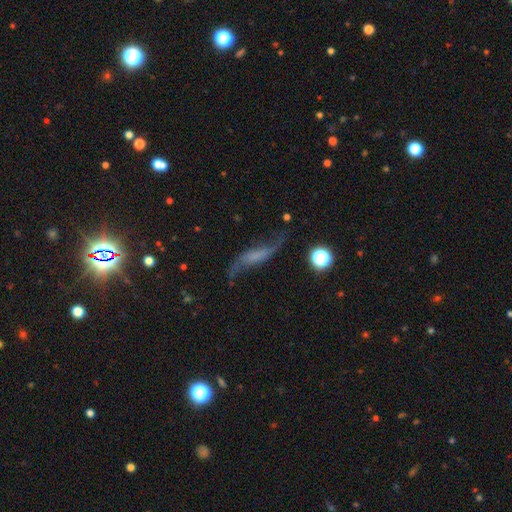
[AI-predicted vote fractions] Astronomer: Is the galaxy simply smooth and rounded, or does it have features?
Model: featured or disk — 74%.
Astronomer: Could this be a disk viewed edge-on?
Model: no — 84%.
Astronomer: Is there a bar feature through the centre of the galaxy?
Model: no — 47% (runner-up: weak, 34%).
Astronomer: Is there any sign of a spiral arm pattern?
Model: yes — 92%.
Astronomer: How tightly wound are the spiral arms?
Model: loose — 91%.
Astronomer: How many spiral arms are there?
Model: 2 — 92%.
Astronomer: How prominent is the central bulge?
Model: none — 62%.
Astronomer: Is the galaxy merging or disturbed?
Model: none — 64%.